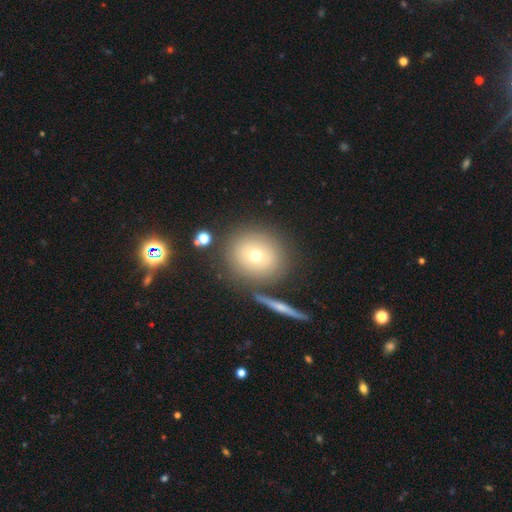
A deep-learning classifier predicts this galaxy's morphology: The model was most divided on "smooth or featured": smooth: 57%, featured or disk: 24%, star or artifact: 20%. More confident: how rounded — round (84%); merging — none (81%).